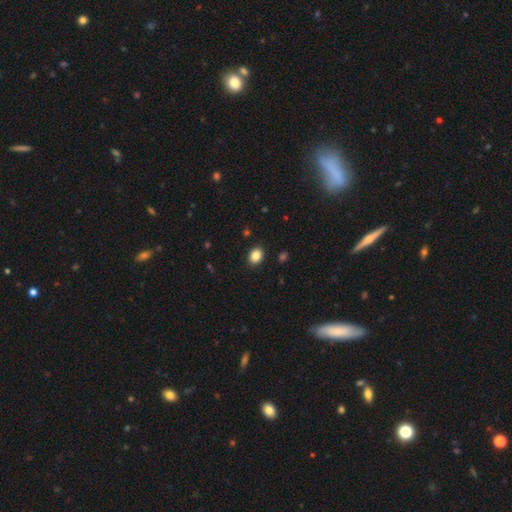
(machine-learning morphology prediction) A smooth galaxy with no disk features (87%) that is in between round and cigar-shaped (55%).

Vote fractions:
- Smooth or featured? smooth: 87% / star or artifact: 9% / featured or disk: 4%
- How rounded? in between: 55% / round: 44% / cigar-shaped: 1%
- Merging? none: 90% / minor disturbance: 7% / major disturbance: 2% / merger: 1%